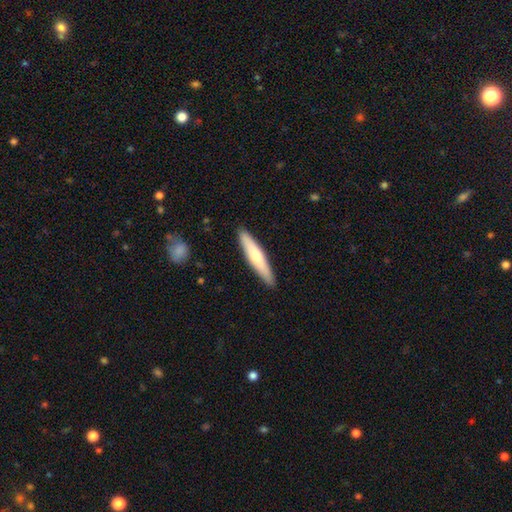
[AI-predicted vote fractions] A smooth galaxy with no disk features (61%) that is cigar-shaped (89%).

Vote fractions:
- Smooth or featured? smooth: 61% / featured or disk: 34% / star or artifact: 5%
- How rounded? cigar-shaped: 89% / in between: 9% / round: 1%
- Merging? none: 90% / minor disturbance: 7% / major disturbance: 1% / merger: 1%